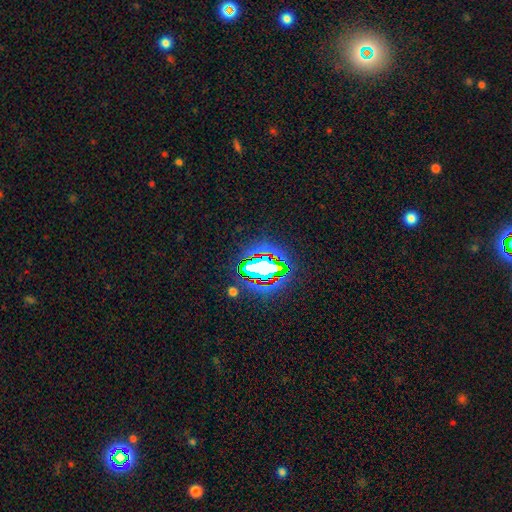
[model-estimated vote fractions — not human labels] A star or artifact, not a galaxy (80%).

Vote fractions:
- Smooth or featured? star or artifact: 80% / smooth: 11% / featured or disk: 9%